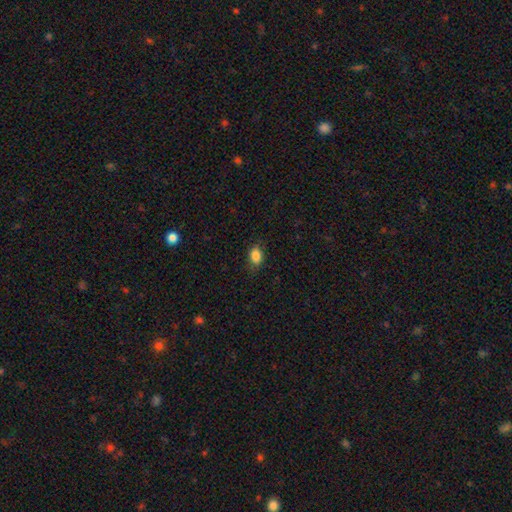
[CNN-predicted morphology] Overall: smooth (85%). How rounded: in between (76%). Merging: none (76%).